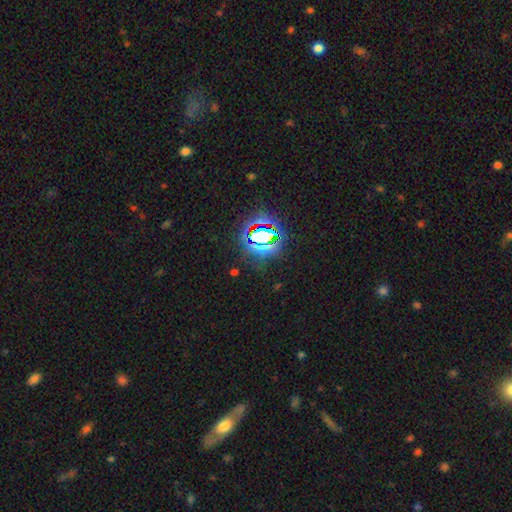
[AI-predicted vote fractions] Morphology: type=star or artifact (78%).